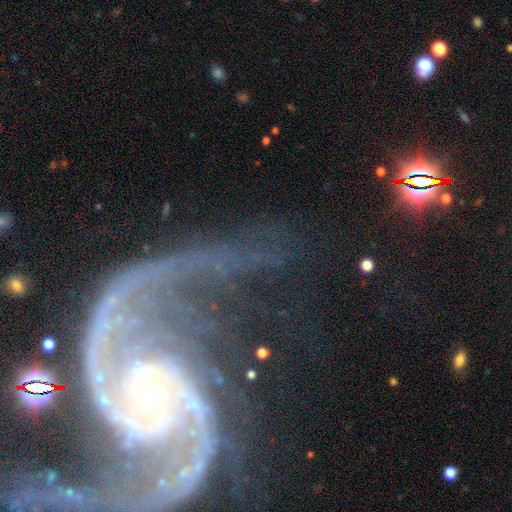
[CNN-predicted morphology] Smooth or featured?
  - featured or disk: 82% *
  - star or artifact: 10%
  - smooth: 7%
Edge-on disk?
  - no: 96% *
  - yes: 4%
Bar?
  - no: 49% *
  - weak: 29%
  - strong: 22%
Spiral arms?
  - yes: 93% *
  - no: 7%
Spiral winding?
  - medium: 39% *
  - loose: 34%
  - tight: 27%
Spiral arm count?
  - 2: 62% *
  - can't tell: 11%
  - 1: 8%
  - 3: 7%
  - 4: 6%
  - more than 4: 6%
Bulge size?
  - small: 74% *
  - moderate: 17%
  - none: 4%
  - large: 3%
  - dominant: 2%
Merging?
  - none: 47% *
  - major disturbance: 31%
  - minor disturbance: 15%
  - merger: 7%